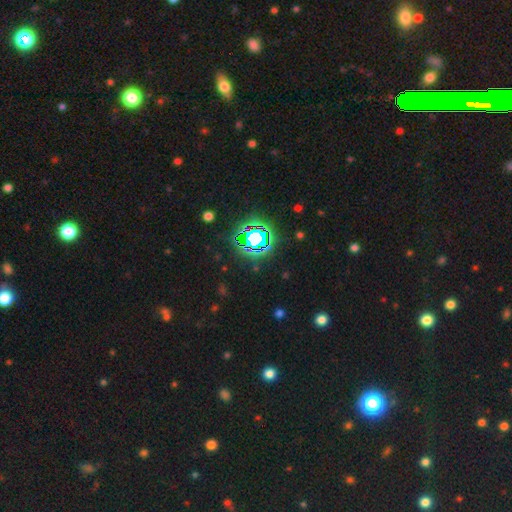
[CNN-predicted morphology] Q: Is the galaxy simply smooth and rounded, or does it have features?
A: star or artifact — 79%.